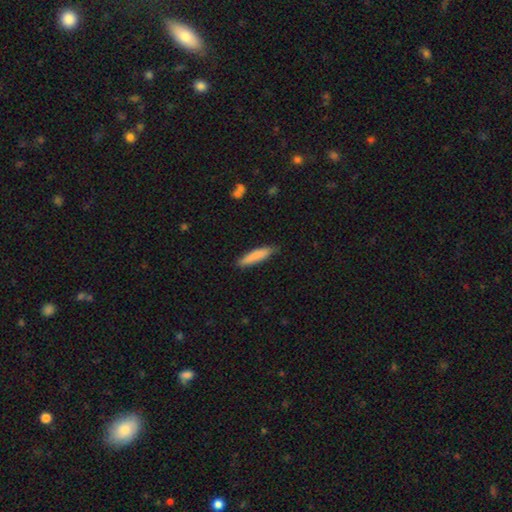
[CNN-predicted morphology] A smooth galaxy with no disk features (84%) that is cigar-shaped (83%).

Vote fractions:
- Smooth or featured? smooth: 84% / featured or disk: 11% / star or artifact: 6%
- How rounded? cigar-shaped: 83% / in between: 16% / round: 1%
- Merging? none: 82% / minor disturbance: 14% / major disturbance: 2% / merger: 1%